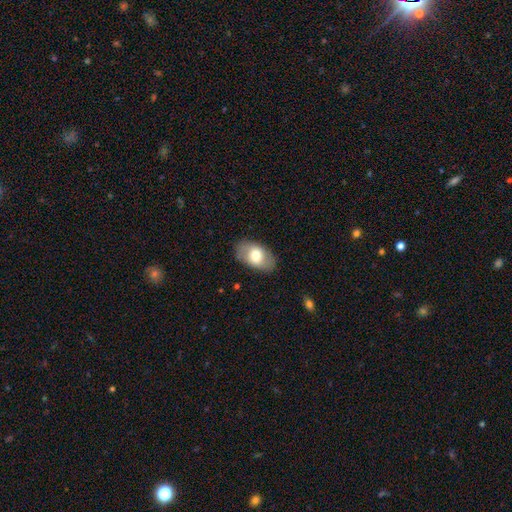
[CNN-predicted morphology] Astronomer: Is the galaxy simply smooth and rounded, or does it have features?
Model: smooth — 65%.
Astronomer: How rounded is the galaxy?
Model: in between — 90%.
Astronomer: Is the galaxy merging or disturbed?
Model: none — 83%.